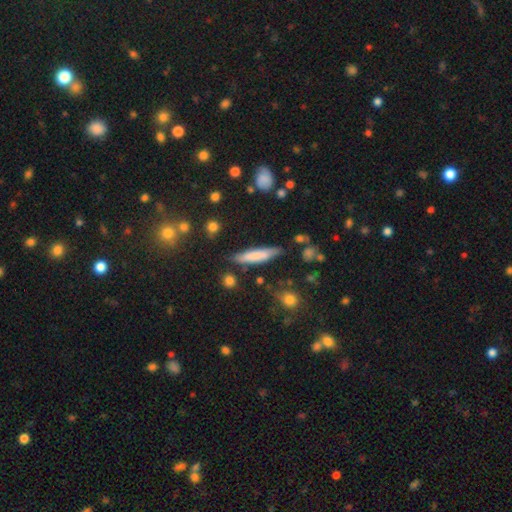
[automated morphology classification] A smooth galaxy with no disk features (73%) that is cigar-shaped (82%).

Vote fractions:
- Smooth or featured? smooth: 73% / featured or disk: 21% / star or artifact: 7%
- How rounded? cigar-shaped: 82% / in between: 16% / round: 2%
- Merging? none: 76% / minor disturbance: 16% / merger: 4% / major disturbance: 4%